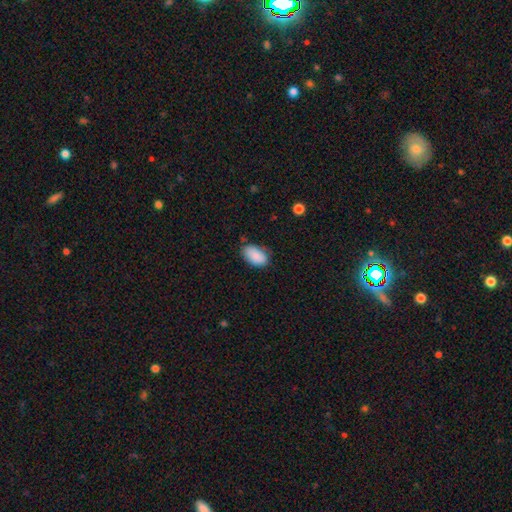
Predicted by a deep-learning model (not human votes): The model was most divided on "merging": none: 69%, minor disturbance: 24%, major disturbance: 5%, merger: 2%. More confident: how rounded — in between (93%); smooth or featured — smooth (88%).